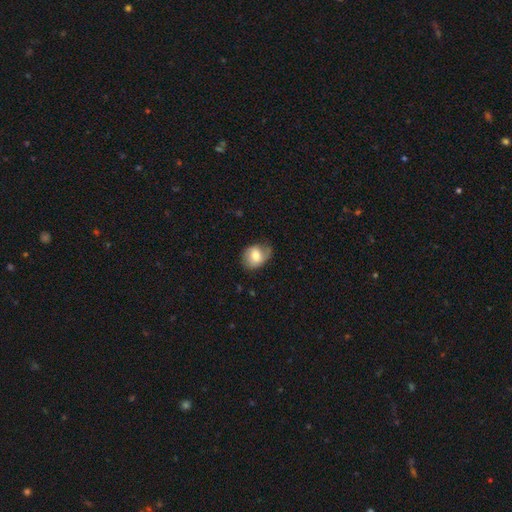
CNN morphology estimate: Smooth or featured: smooth — 65% (featured or disk — 28%)
How rounded: in between — 55% (round — 44%)
Merging: none — 48% (minor disturbance — 34%)